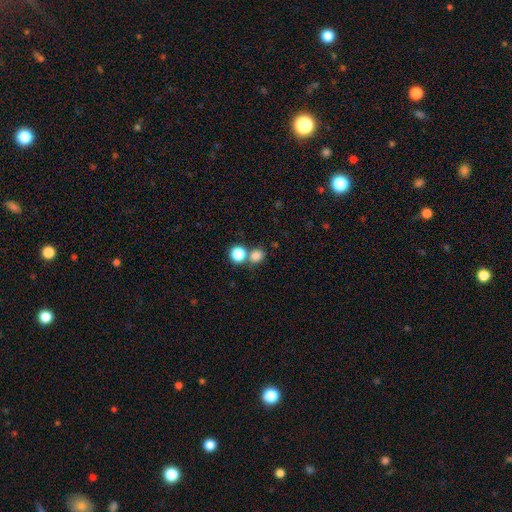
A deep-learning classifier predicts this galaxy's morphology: A smooth galaxy with no disk features (81%) that is round (76%). Merging: none (57%).